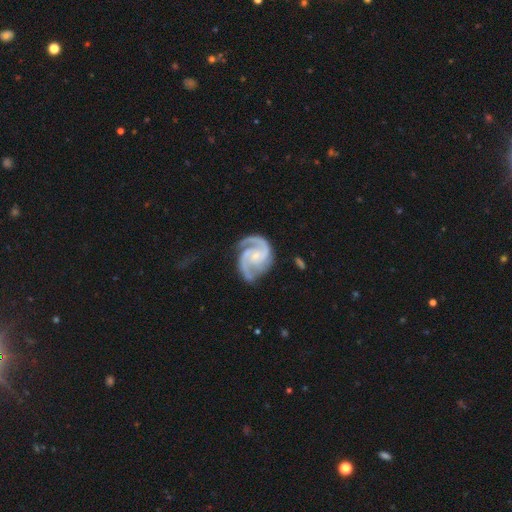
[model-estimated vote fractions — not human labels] The model was most divided on "spiral winding": medium: 52%, tight: 40%, loose: 8%. More confident: spiral arms — yes (99%); edge-on disk — no (98%); smooth or featured — featured or disk (93%); spiral arm count — 2 (79%); merging — none (69%); bulge size — small (67%); bar — no (59%).